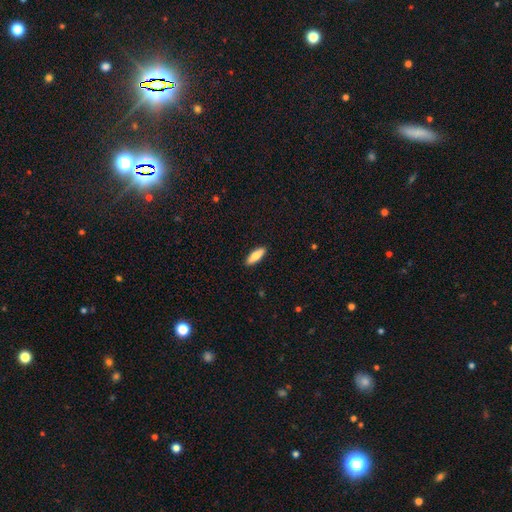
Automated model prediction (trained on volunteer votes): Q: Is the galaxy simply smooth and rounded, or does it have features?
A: smooth — 76%.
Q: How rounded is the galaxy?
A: in between — 50%.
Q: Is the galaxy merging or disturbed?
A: none — 91%.